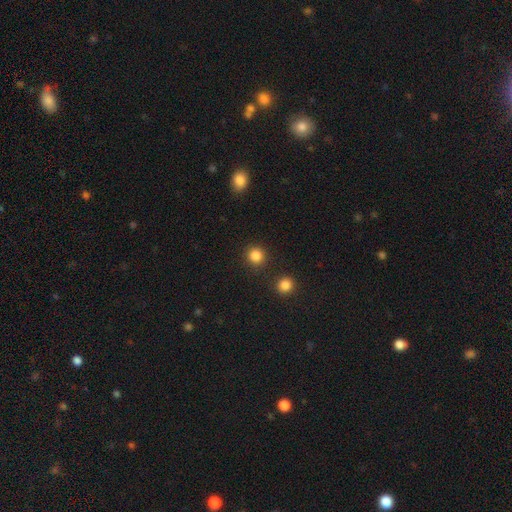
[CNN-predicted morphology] This appears to be a smooth galaxy with no disk features (85%) that is round (93%). Merging: none (89%).